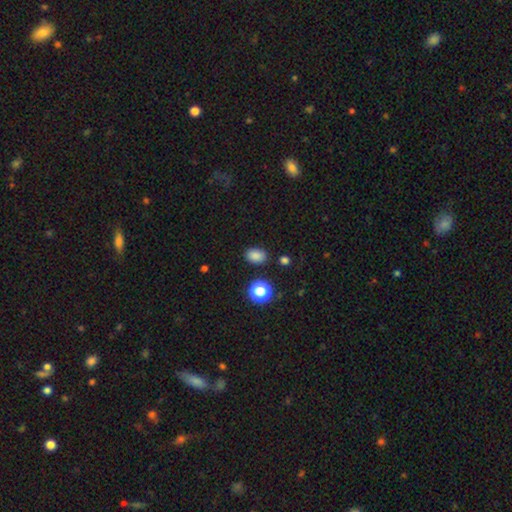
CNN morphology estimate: smooth_or_featured: smooth (p=0.82) [alt: star or artifact p=0.13]
how_rounded: in between (p=0.76) [alt: round p=0.23]
merging: none (p=0.84) [alt: minor disturbance p=0.11]